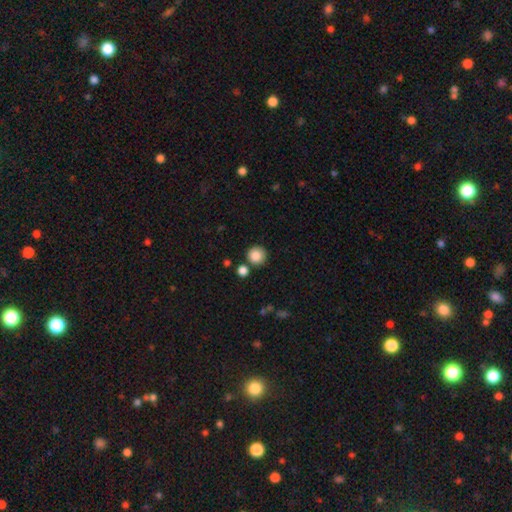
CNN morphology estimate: smooth-or-featured: smooth: 86% | star or artifact: 9% | featured or disk: 4%
  how-rounded: round: 94% | in between: 5% | cigar-shaped: 1%
  merging: none: 80% | merger: 9% | minor disturbance: 8% | major disturbance: 3%